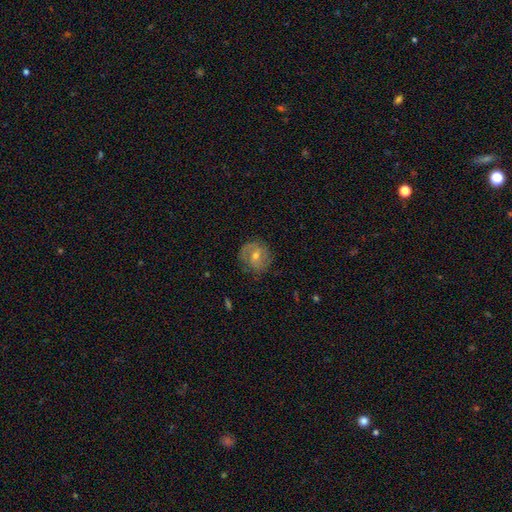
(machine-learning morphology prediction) The model was most divided on "bar": weak: 45%, no: 44%, strong: 11%. Remaining: edge-on disk — no (97%); spiral arms — yes (91%); merging — none (79%); smooth or featured — featured or disk (74%); spiral arm count — 2 (61%); bulge size — moderate (56%); spiral winding — tight (49%).